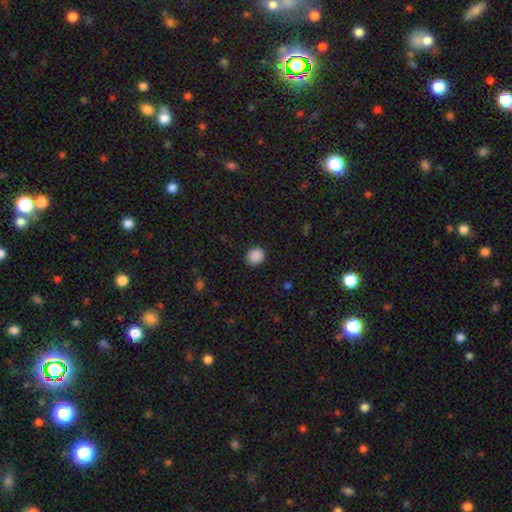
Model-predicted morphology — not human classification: smooth_or_featured: smooth (p=0.88) [alt: star or artifact p=0.09]
how_rounded: round (p=0.74) [alt: in between p=0.25]
merging: none (p=0.88) [alt: minor disturbance p=0.09]